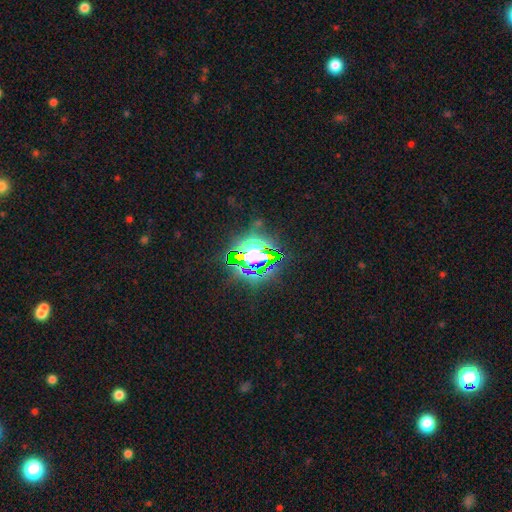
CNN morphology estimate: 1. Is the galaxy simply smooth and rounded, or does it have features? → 72% star or artifact, 17% smooth, 11% featured or disk.